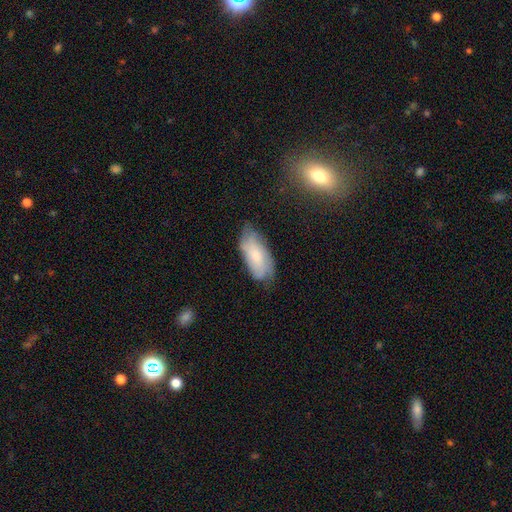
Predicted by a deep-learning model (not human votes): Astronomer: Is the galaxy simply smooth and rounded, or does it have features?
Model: smooth — 62%.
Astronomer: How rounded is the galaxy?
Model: in between — 89%.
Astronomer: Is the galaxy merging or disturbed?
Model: none — 61%.